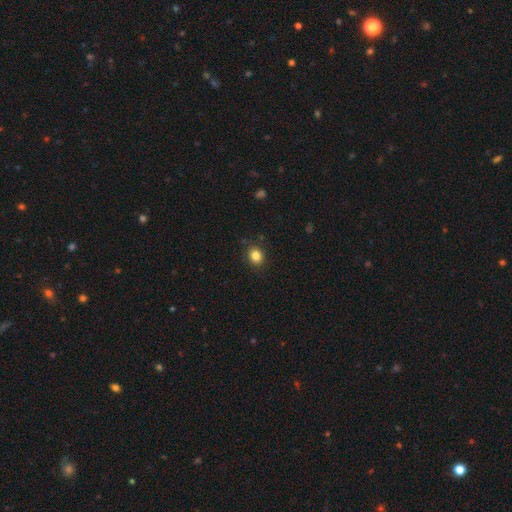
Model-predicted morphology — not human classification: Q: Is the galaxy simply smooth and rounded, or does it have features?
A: smooth — 84%.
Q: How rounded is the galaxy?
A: round — 62%.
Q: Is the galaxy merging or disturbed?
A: none — 87%.